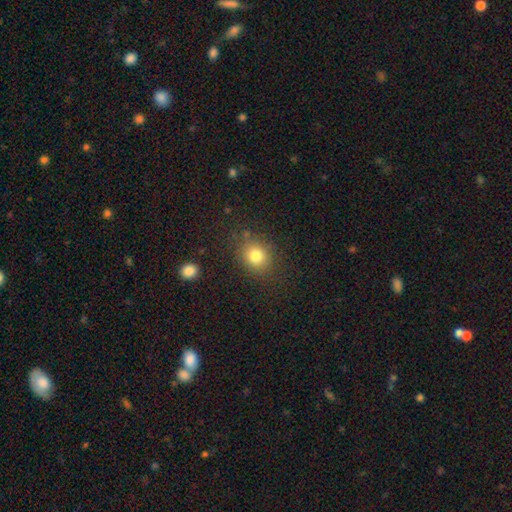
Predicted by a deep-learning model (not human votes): Morphology: type=smooth (80%); roundness=round (70%); merging=none (83%).